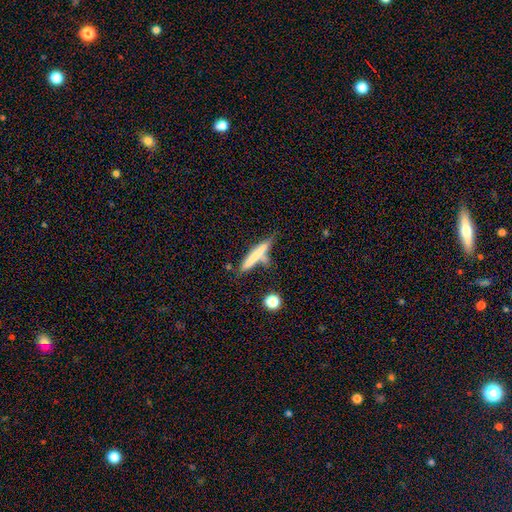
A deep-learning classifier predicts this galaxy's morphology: type=smooth (62%); roundness=cigar-shaped (92%); merging=none (60%).